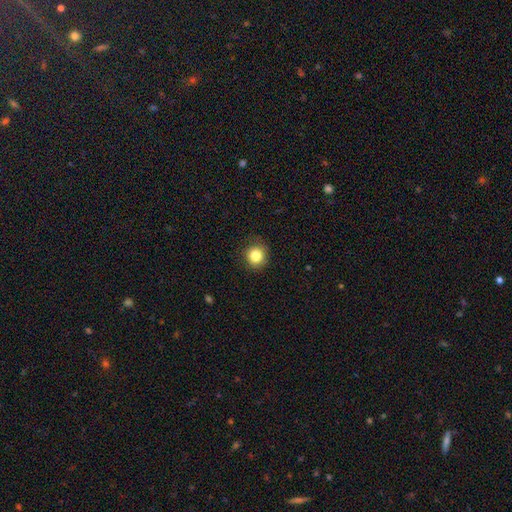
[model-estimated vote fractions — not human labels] Smooth or featured? Predicted: smooth (p=0.84). How rounded? Predicted: round (p=0.91). Merging? Predicted: none (p=0.87).